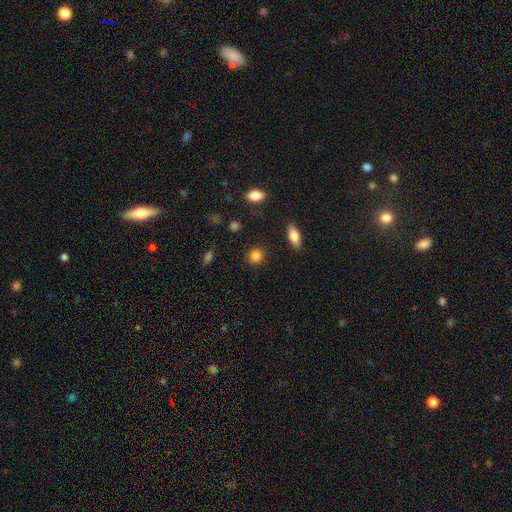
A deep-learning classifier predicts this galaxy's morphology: A smooth galaxy with no disk features (86%) that is round (85%).

Vote fractions:
- Smooth or featured? smooth: 86% / star or artifact: 9% / featured or disk: 4%
- How rounded? round: 85% / in between: 14% / cigar-shaped: 2%
- Merging? none: 89% / minor disturbance: 7% / major disturbance: 2% / merger: 2%